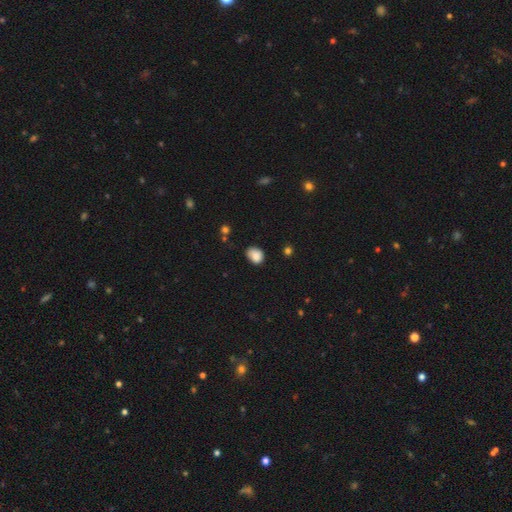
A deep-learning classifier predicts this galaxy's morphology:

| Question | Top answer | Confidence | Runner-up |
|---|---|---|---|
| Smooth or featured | smooth | 85% | star or artifact (9%) |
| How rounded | in between | 56% | round (43%) |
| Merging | none | 62% | minor disturbance (30%) |